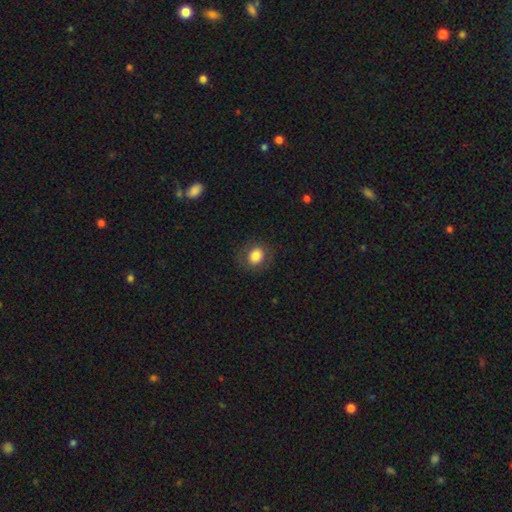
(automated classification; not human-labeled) Smooth or featured? Predicted: smooth (p=0.79). How rounded? Predicted: round (p=0.64). Merging? Predicted: none (p=0.82).